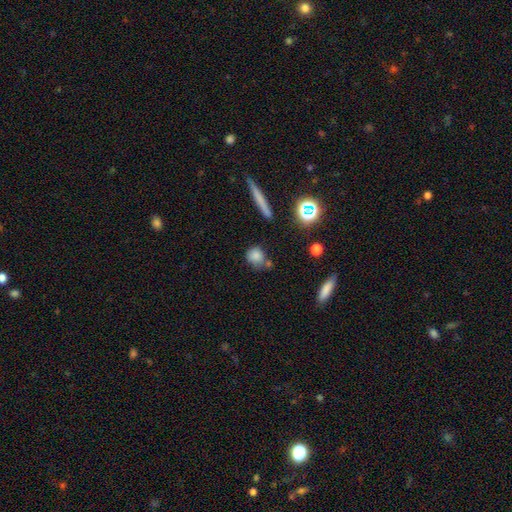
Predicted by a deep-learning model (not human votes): Overall: smooth (80%). How rounded: round (77%). Merging: none (61%).